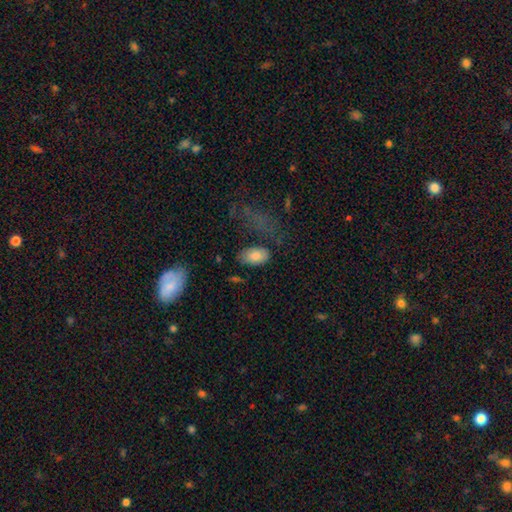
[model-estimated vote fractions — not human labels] Morphology: type=smooth (83%); roundness=in between (93%); merging=none (67%).